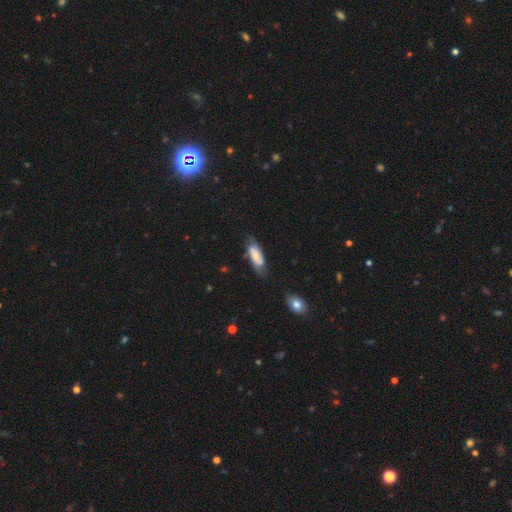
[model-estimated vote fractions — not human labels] Smooth or featured? smooth (57%)
How rounded? in between (63%)
Merging? none (59%)